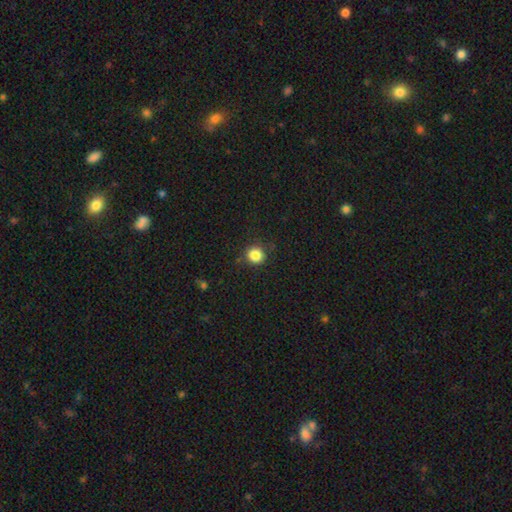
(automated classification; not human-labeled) Smooth or featured?
  - smooth: 85% *
  - star or artifact: 11%
  - featured or disk: 4%
How rounded?
  - round: 90% *
  - in between: 9%
  - cigar-shaped: 1%
Merging?
  - none: 87% *
  - minor disturbance: 9%
  - major disturbance: 3%
  - merger: 1%